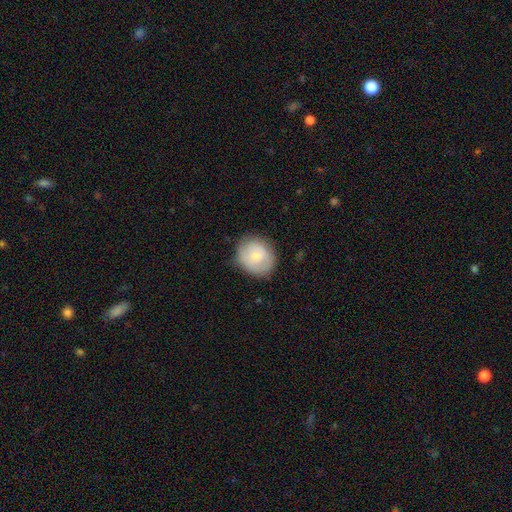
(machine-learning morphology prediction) smooth_or_featured: smooth (p=0.73) [alt: featured or disk p=0.21]
how_rounded: round (p=0.74) [alt: in between p=0.26]
merging: none (p=0.78) [alt: minor disturbance p=0.16]